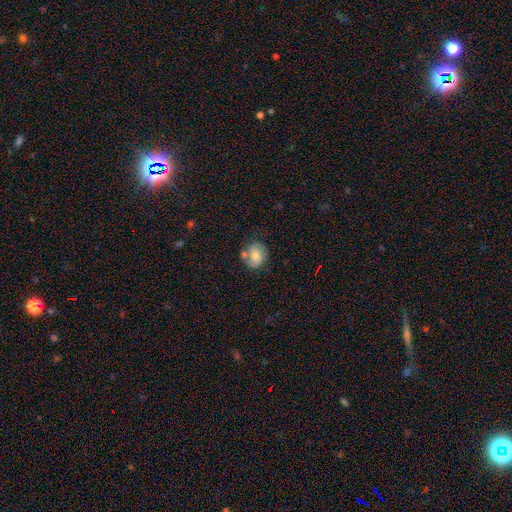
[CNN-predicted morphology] Q: Smooth or featured?
A: smooth (66%); runner-up: featured or disk (25%)
Q: How rounded?
A: round (59%); runner-up: in between (40%)
Q: Merging?
A: none (61%); runner-up: minor disturbance (20%)